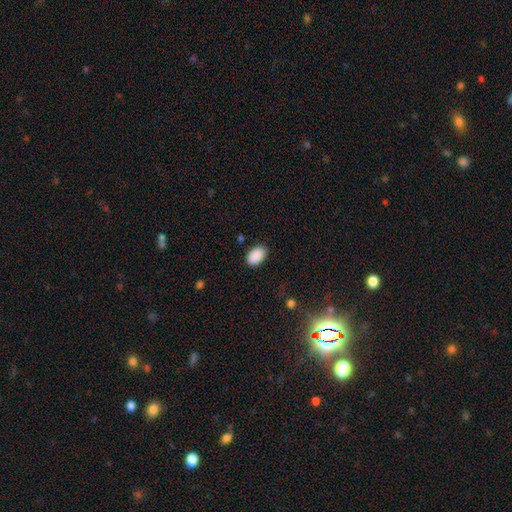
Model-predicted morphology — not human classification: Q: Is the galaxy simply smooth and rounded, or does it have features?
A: smooth — 90%.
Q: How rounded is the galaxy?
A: in between — 91%.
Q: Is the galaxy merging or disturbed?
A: none — 86%.